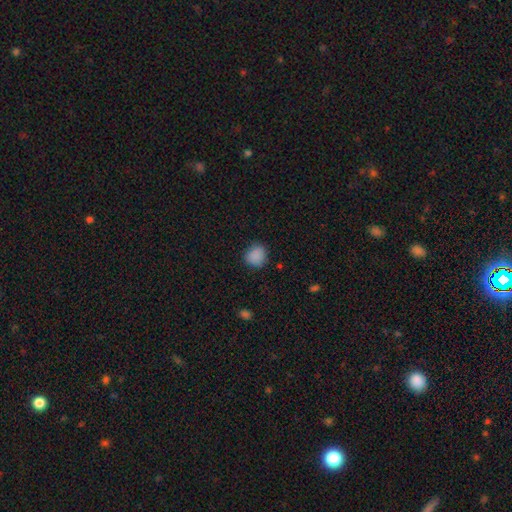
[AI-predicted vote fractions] smooth-or-featured: smooth: 87% | star or artifact: 10% | featured or disk: 4%
  how-rounded: round: 81% | in between: 18% | cigar-shaped: 1%
  merging: none: 80% | minor disturbance: 15% | major disturbance: 3% | merger: 1%